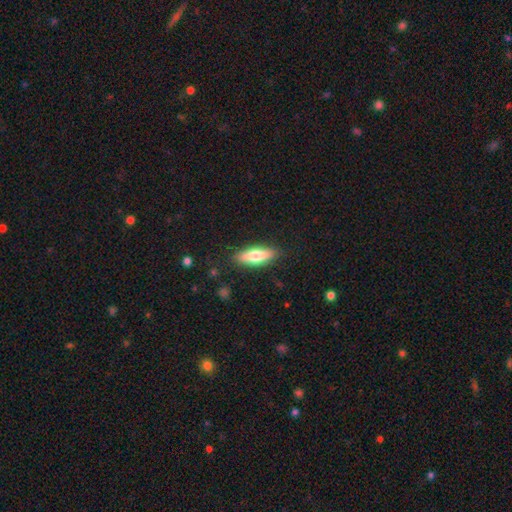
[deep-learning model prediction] This is likely a smooth galaxy (68%). How rounded: possibly in between (54%). Merging: clearly none (86%).